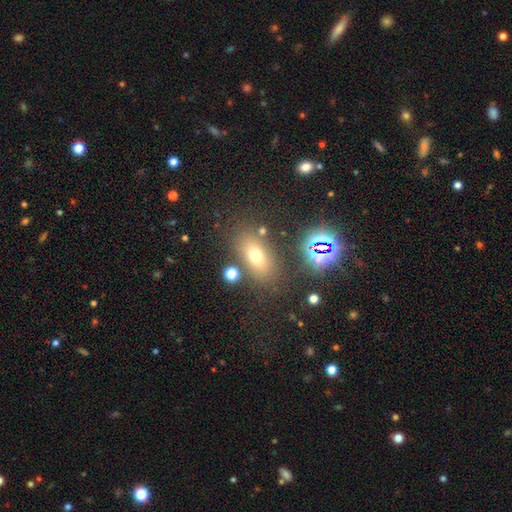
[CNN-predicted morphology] Q: Smooth or featured?
A: smooth (64%); runner-up: star or artifact (21%)
Q: How rounded?
A: in between (77%); runner-up: round (17%)
Q: Merging?
A: none (76%); runner-up: minor disturbance (11%)